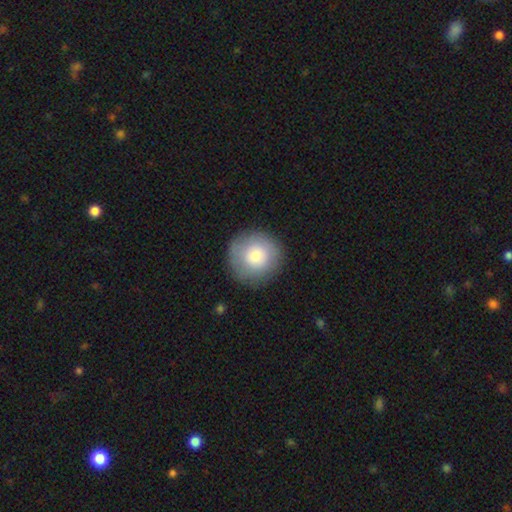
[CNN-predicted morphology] Overall: smooth (77%). How rounded: round (95%). Merging: none (87%).